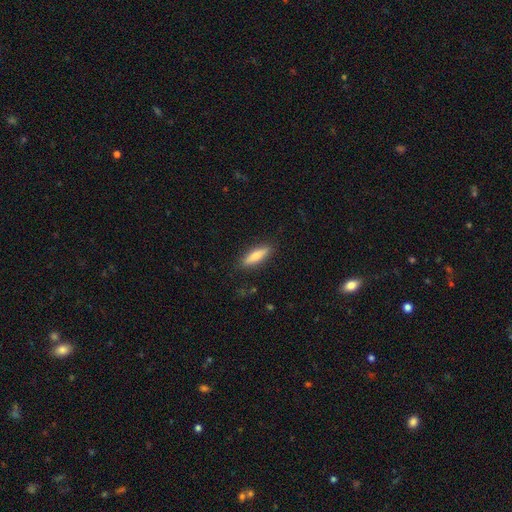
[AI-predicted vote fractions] smooth-or-featured: smooth: 72% | featured or disk: 22% | star or artifact: 6%
  how-rounded: cigar-shaped: 67% | in between: 31% | round: 2%
  merging: none: 87% | minor disturbance: 10% | major disturbance: 2% | merger: 1%